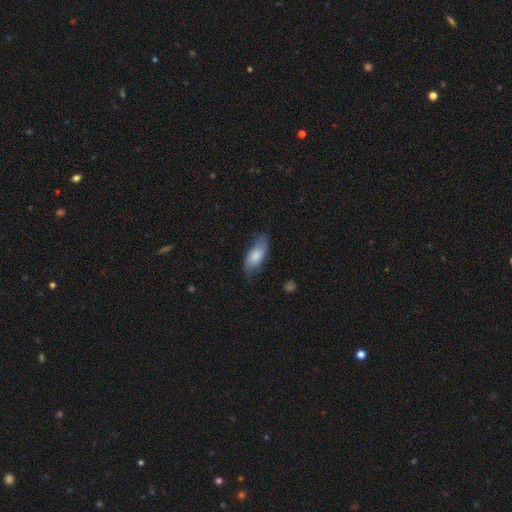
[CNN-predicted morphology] type=smooth (75%); roundness=in between (81%); merging=none (63%).